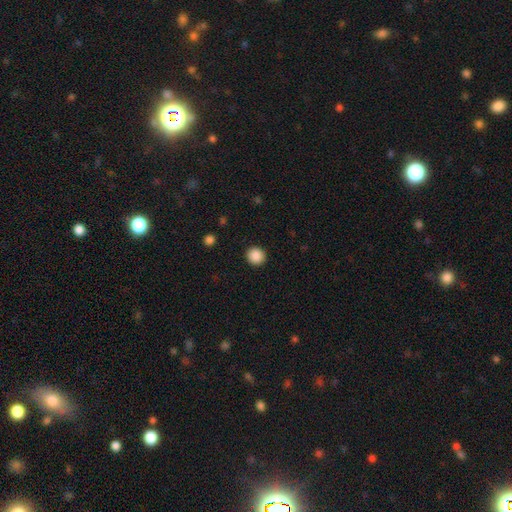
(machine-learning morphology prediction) The model was most divided on "smooth or featured": smooth: 89%, star or artifact: 9%, featured or disk: 2%. More confident: how rounded — round (92%); merging — none (92%).